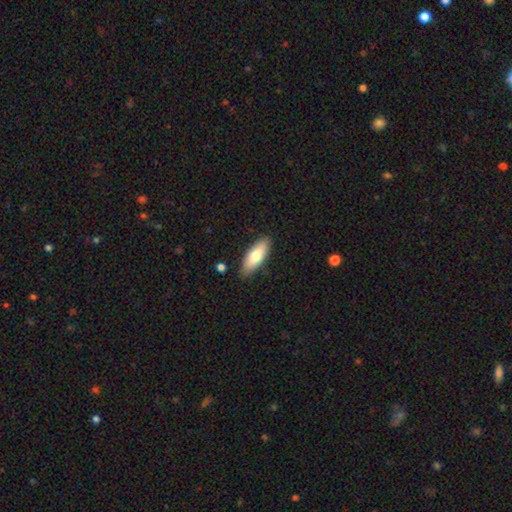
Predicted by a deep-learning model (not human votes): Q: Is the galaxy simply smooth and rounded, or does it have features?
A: smooth — 75%.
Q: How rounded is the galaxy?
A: in between — 68%.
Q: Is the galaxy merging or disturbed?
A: none — 87%.